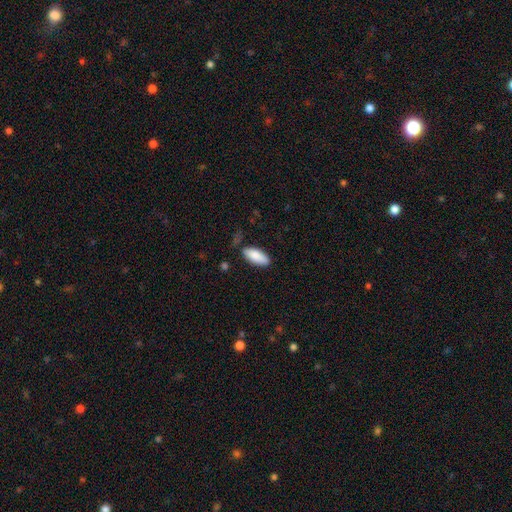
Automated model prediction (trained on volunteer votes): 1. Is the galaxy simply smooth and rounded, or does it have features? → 87% smooth, 8% featured or disk, 6% star or artifact.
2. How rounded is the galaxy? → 83% in between, 16% cigar-shaped, 2% round.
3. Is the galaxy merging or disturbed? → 80% none, 15% minor disturbance, 3% major disturbance, 2% merger.